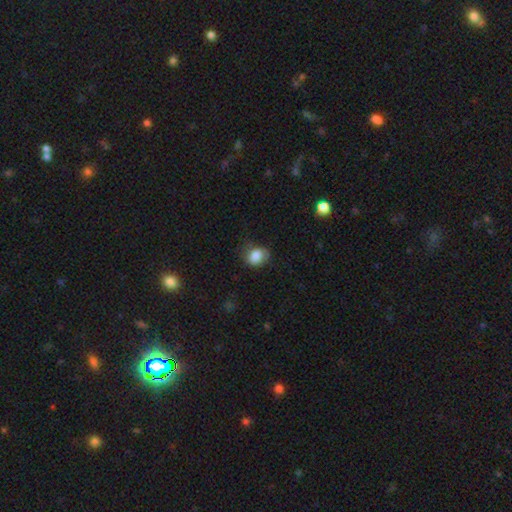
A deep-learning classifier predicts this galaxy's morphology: This is clearly a smooth galaxy (84%). How rounded: possibly round (52%). Merging: possibly none (58%).